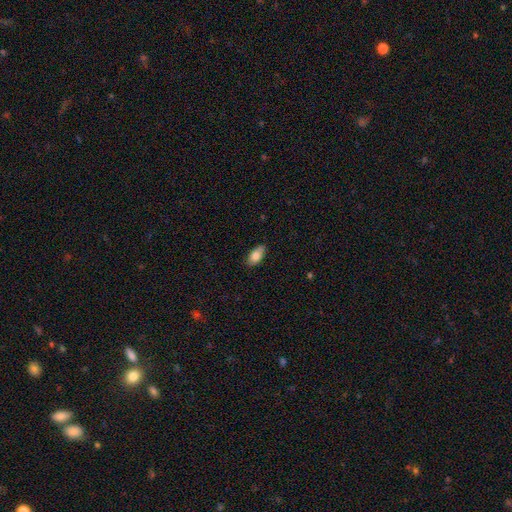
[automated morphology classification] smooth_or_featured: smooth (p=0.82) [alt: featured or disk p=0.11]
how_rounded: in between (p=0.90) [alt: cigar-shaped p=0.06]
merging: none (p=0.80) [alt: minor disturbance p=0.17]